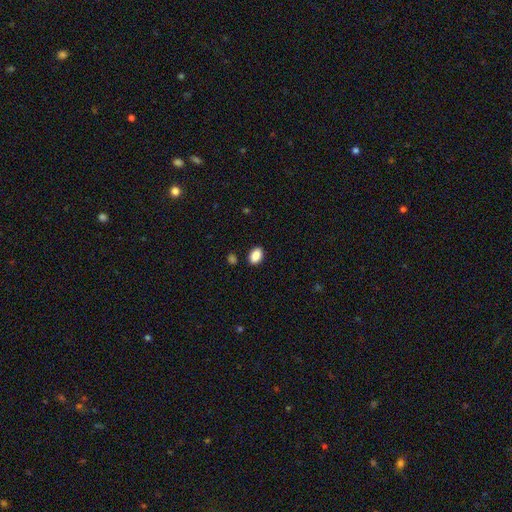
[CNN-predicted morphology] A smooth galaxy with no disk features (89%) that is in between round and cigar-shaped (87%). Merging: none (87%).